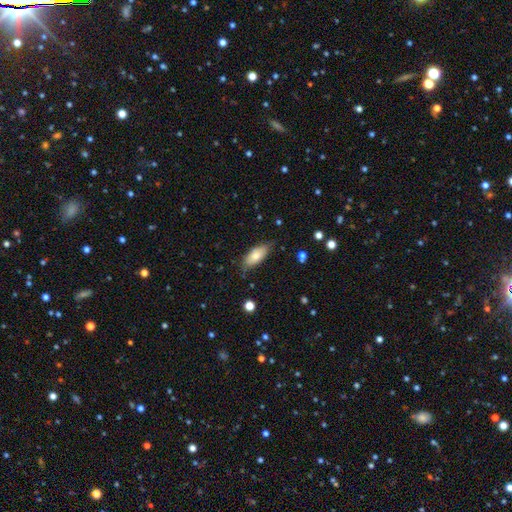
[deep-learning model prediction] smooth 75%, featured or disk 18%, star or artifact 6%. Down the decision tree: how rounded — in between (84%); merging — none (71%).